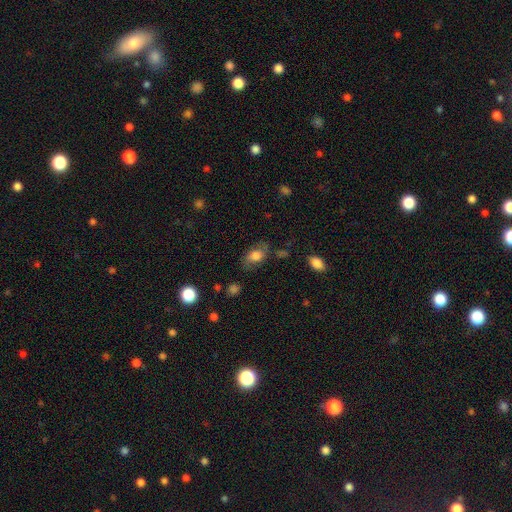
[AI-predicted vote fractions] smooth_or_featured: smooth (p=0.60) [alt: featured or disk p=0.31]
how_rounded: in between (p=0.84) [alt: round p=0.14]
merging: none (p=0.65) [alt: minor disturbance p=0.22]